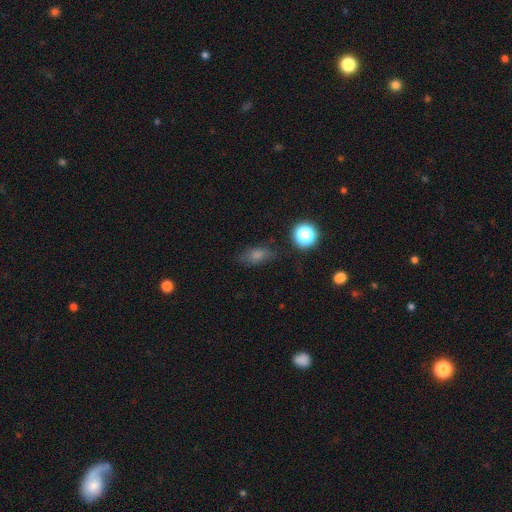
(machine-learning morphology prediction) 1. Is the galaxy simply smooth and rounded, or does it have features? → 66% smooth, 21% star or artifact, 13% featured or disk.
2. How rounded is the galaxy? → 75% in between, 16% round, 10% cigar-shaped.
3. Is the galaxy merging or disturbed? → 79% none, 15% minor disturbance, 4% major disturbance, 2% merger.